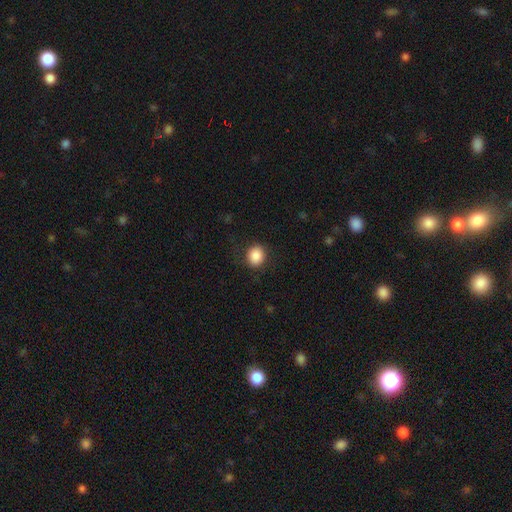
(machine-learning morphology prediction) Q: Smooth or featured?
A: smooth (88%); runner-up: star or artifact (8%)
Q: How rounded?
A: round (76%); runner-up: in between (23%)
Q: Merging?
A: none (86%); runner-up: minor disturbance (9%)